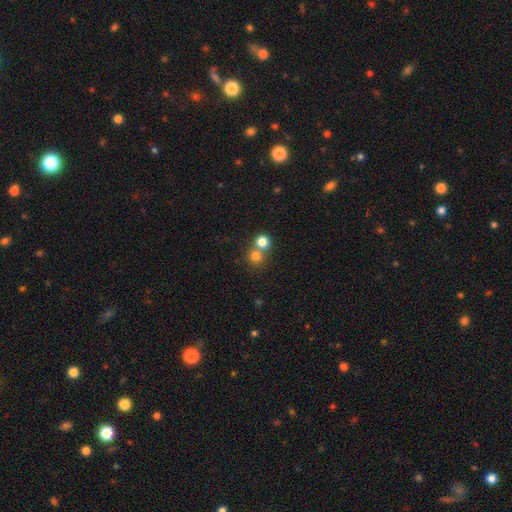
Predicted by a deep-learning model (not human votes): This appears to be a smooth galaxy with no disk features (77%) that is round (88%). Merging: none (50%).